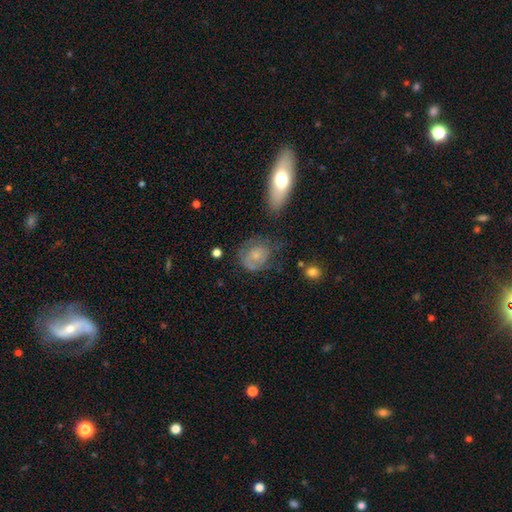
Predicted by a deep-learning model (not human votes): Q: Smooth or featured?
A: smooth (49%); runner-up: featured or disk (42%)
Q: Merging?
A: none (47%); runner-up: minor disturbance (27%)